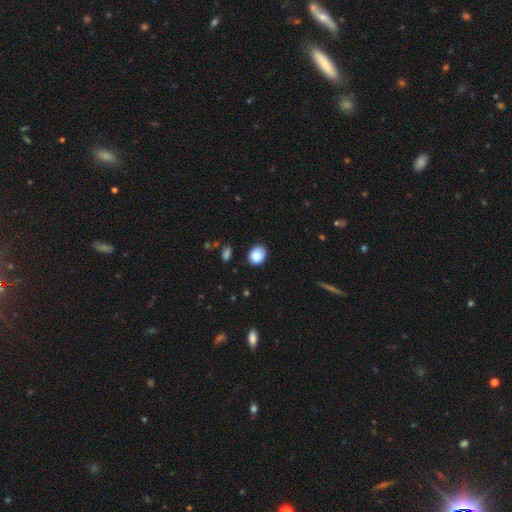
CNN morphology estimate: The model was most divided on "how rounded": round: 50%, in between: 49%, cigar-shaped: 1%. More confident: smooth or featured — smooth (84%); merging — none (69%).